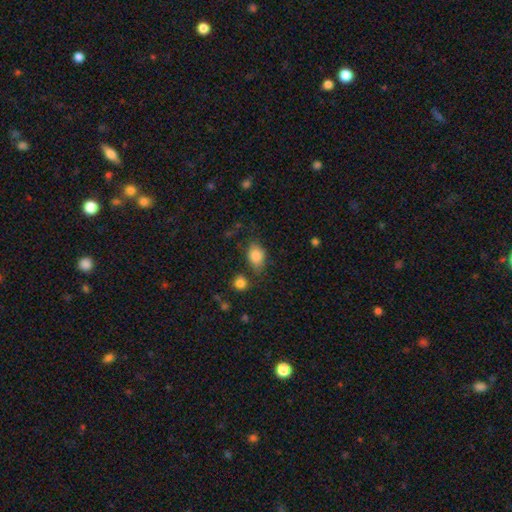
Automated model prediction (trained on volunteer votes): Smooth or featured?
  - smooth: 84% *
  - star or artifact: 9%
  - featured or disk: 7%
How rounded?
  - in between: 77% *
  - round: 22%
  - cigar-shaped: 2%
Merging?
  - none: 64% *
  - minor disturbance: 23%
  - major disturbance: 7%
  - merger: 7%